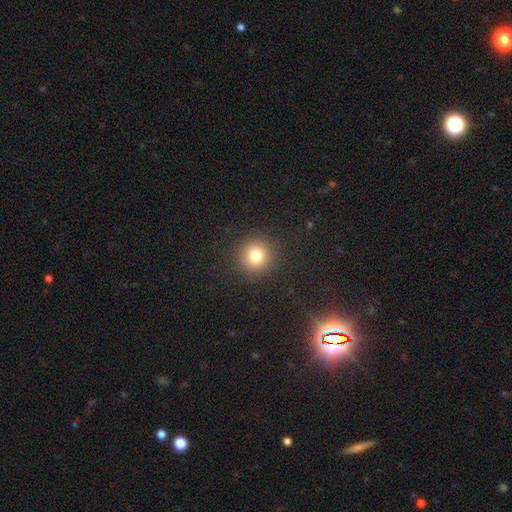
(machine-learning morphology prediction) Smooth or featured: smooth — 79% (star or artifact — 14%)
How rounded: round — 94% (in between — 5%)
Merging: none — 91% (minor disturbance — 5%)